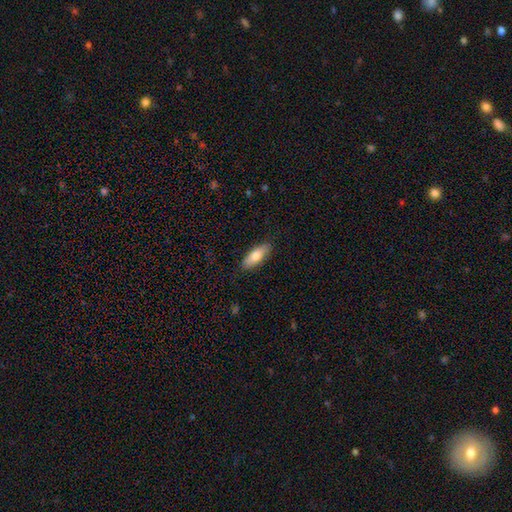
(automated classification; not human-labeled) Smooth or featured?
  - smooth: 76% *
  - featured or disk: 18%
  - star or artifact: 6%
How rounded?
  - in between: 70% *
  - cigar-shaped: 28%
  - round: 2%
Merging?
  - none: 87% *
  - minor disturbance: 10%
  - major disturbance: 2%
  - merger: 1%